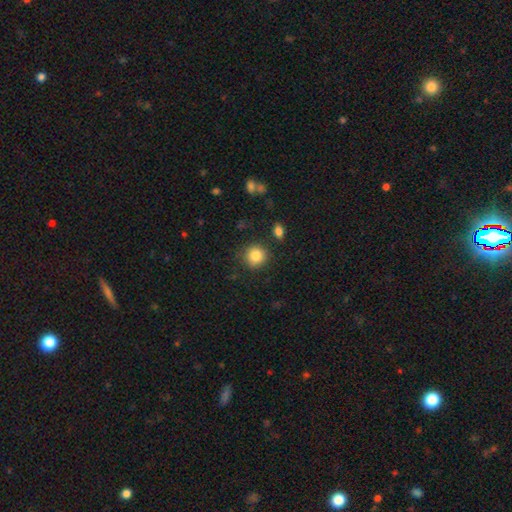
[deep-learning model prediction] Smooth or featured?
  - smooth: 84% *
  - star or artifact: 10%
  - featured or disk: 6%
How rounded?
  - round: 90% *
  - in between: 9%
  - cigar-shaped: 1%
Merging?
  - none: 86% *
  - minor disturbance: 9%
  - merger: 3%
  - major disturbance: 3%